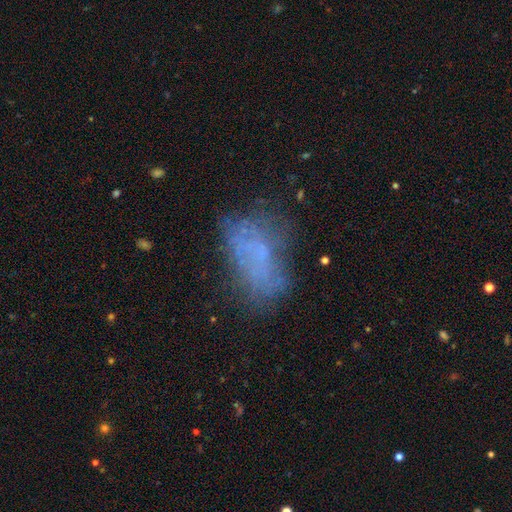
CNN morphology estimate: The model was most divided on "smooth or featured": smooth: 43%, featured or disk: 39%, star or artifact: 18%. Remaining: merging — none (48%).